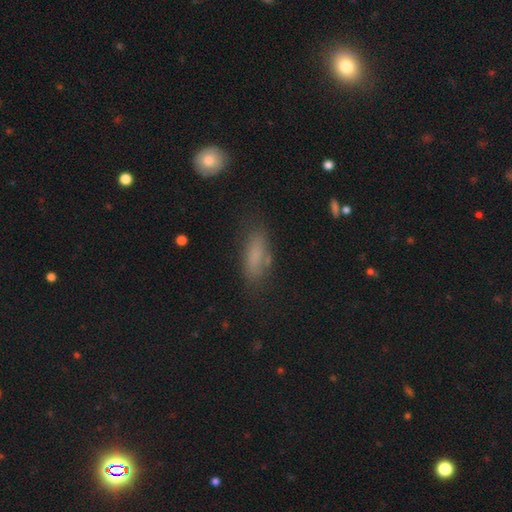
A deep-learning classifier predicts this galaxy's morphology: smooth-or-featured: smooth: 75% | featured or disk: 13% | star or artifact: 12%
  how-rounded: in between: 66% | cigar-shaped: 31% | round: 3%
  merging: none: 67% | minor disturbance: 21% | major disturbance: 8% | merger: 4%